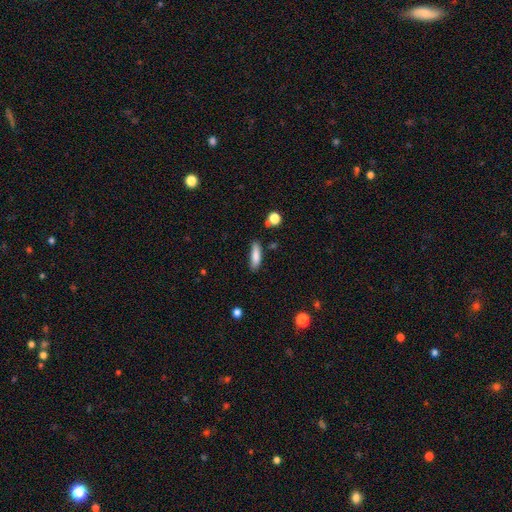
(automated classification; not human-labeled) Smooth or featured? Predicted: smooth (p=0.83). How rounded? Predicted: cigar-shaped (p=0.56). Merging? Predicted: none (p=0.73).